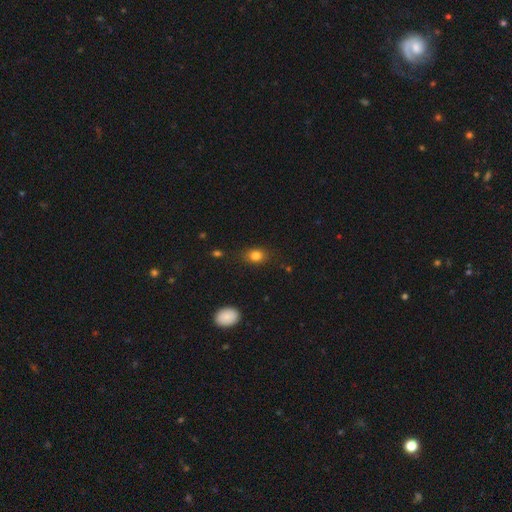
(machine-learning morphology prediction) Smooth or featured? Predicted: smooth (p=0.82). How rounded? Predicted: in between (p=0.58). Merging? Predicted: none (p=0.82).